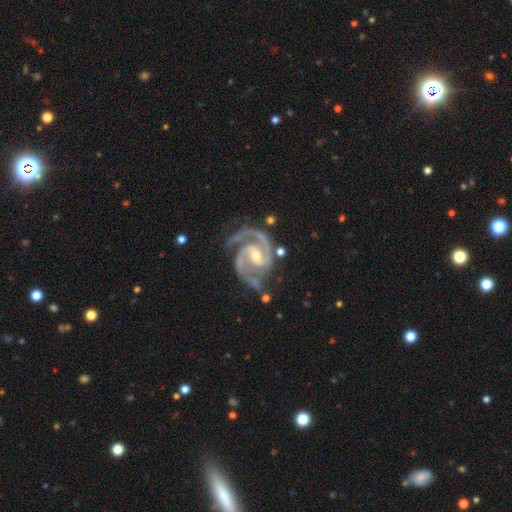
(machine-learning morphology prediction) smooth_or_featured: featured or disk (p=0.94) [alt: star or artifact p=0.04]
disk_edge_on: no (p=0.98) [alt: yes p=0.02]
bar: weak (p=0.43) [alt: no p=0.33]
has_spiral_arms: yes (p=0.99) [alt: no p=0.01]
spiral_winding: medium (p=0.52) [alt: tight p=0.42]
spiral_arm_count: 2 (p=0.87) [alt: 3 p=0.08]
bulge_size: small (p=0.52) [alt: moderate p=0.45]
merging: none (p=0.69) [alt: minor disturbance p=0.20]